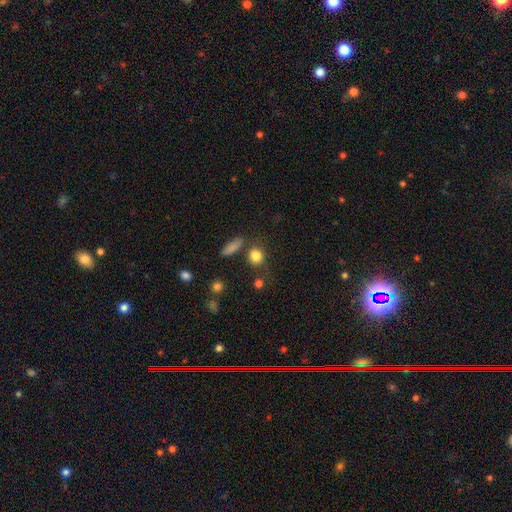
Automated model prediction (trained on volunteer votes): smooth-or-featured: smooth: 83% | star or artifact: 11% | featured or disk: 6%
  how-rounded: round: 76% | in between: 22% | cigar-shaped: 2%
  merging: none: 72% | minor disturbance: 13% | merger: 10% | major disturbance: 5%